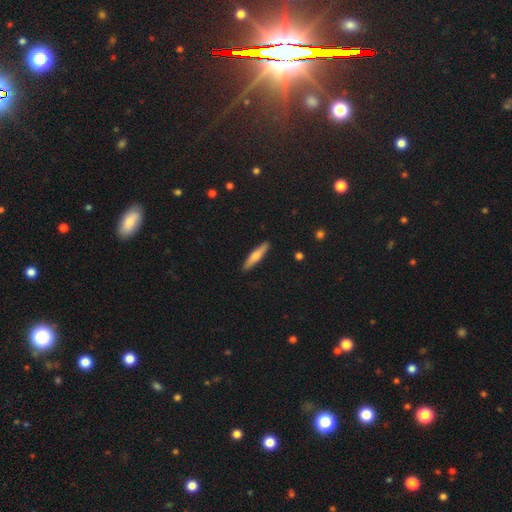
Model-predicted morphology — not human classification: The model was most divided on "smooth or featured": smooth: 58%, featured or disk: 36%, star or artifact: 6%. More confident: merging — none (90%); how rounded — cigar-shaped (86%).